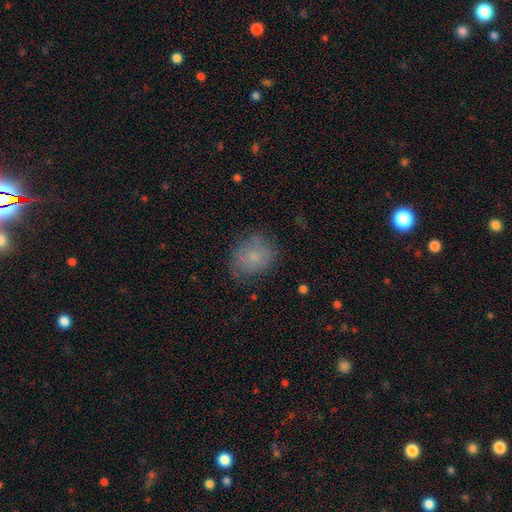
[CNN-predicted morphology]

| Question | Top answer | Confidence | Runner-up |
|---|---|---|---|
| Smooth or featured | smooth | 74% | featured or disk (17%) |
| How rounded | round | 59% | in between (40%) |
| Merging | none | 69% | minor disturbance (22%) |